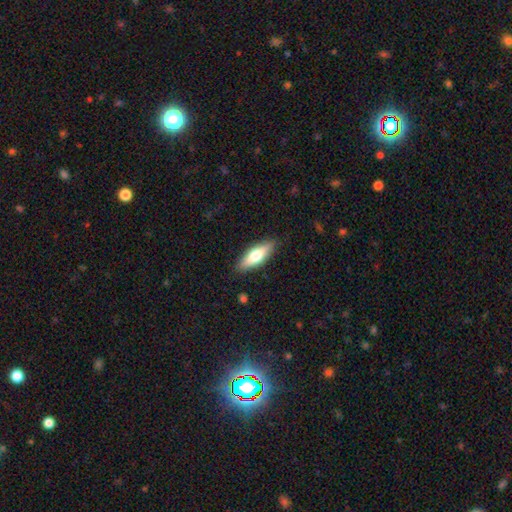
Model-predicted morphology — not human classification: The model was most divided on "how rounded": in between: 57%, cigar-shaped: 41%, round: 2%. More confident: merging — none (87%); smooth or featured — smooth (65%).